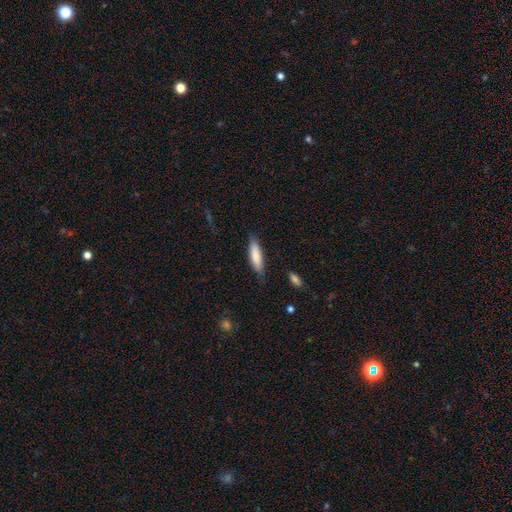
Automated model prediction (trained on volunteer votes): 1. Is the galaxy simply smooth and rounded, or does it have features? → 80% smooth, 14% featured or disk, 6% star or artifact.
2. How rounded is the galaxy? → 60% cigar-shaped, 38% in between, 1% round.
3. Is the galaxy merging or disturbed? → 77% none, 17% minor disturbance, 4% major disturbance, 2% merger.